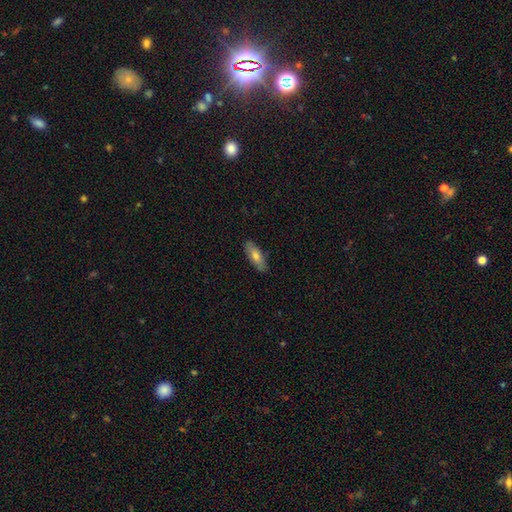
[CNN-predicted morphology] Smooth or featured? Predicted: smooth (p=0.68). How rounded? Predicted: in between (p=0.63). Merging? Predicted: none (p=0.85).